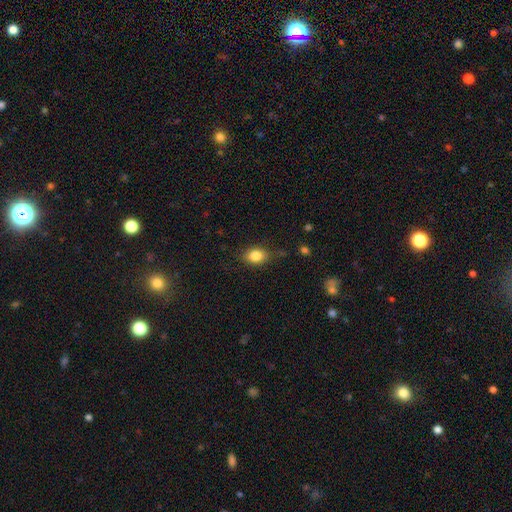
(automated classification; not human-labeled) smooth_or_featured: smooth (p=0.84) [alt: star or artifact p=0.09]
how_rounded: in between (p=0.67) [alt: round p=0.31]
merging: none (p=0.75) [alt: minor disturbance p=0.18]